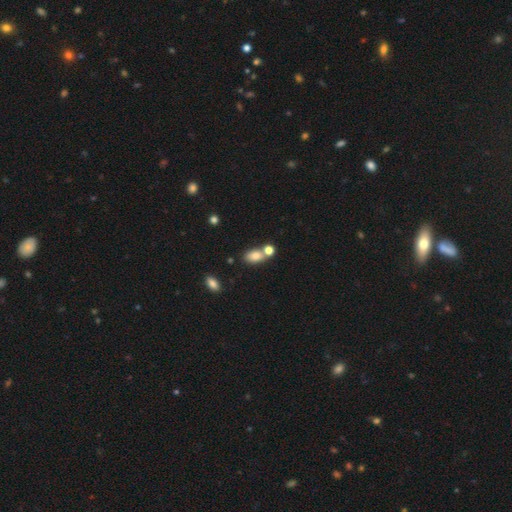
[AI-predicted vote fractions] Smooth or featured? smooth (79%)
How rounded? in between (81%)
Merging? none (51%)